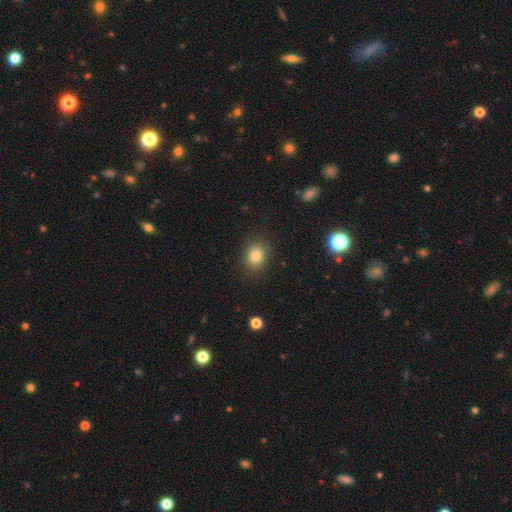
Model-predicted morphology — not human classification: A smooth galaxy with no disk features (80%) that is in between round and cigar-shaped (50%).

Vote fractions:
- Smooth or featured? smooth: 80% / star or artifact: 12% / featured or disk: 8%
- How rounded? in between: 50% / round: 48% / cigar-shaped: 1%
- Merging? none: 86% / minor disturbance: 10% / major disturbance: 3% / merger: 1%